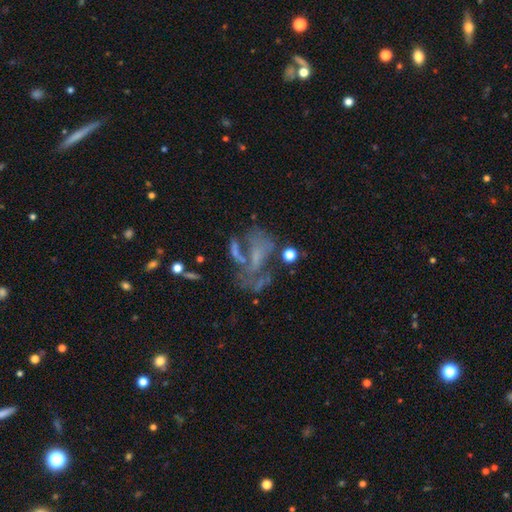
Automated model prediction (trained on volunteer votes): This is possibly a featured or disk galaxy (58%). It is clearly not viewed edge-on (96%). Bar: likely no (67%). Spiral arm pattern: likely no (60%). Central bulge: possibly none (59%). Merging: marginally major disturbance (38%).